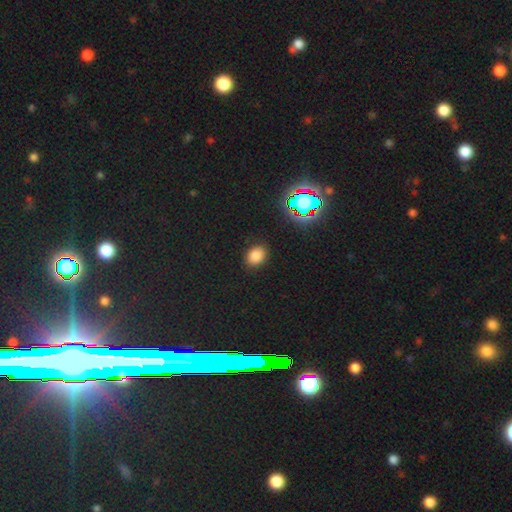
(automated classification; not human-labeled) A smooth galaxy with no disk features (78%) that is in between round and cigar-shaped (57%). Merging: none (87%).